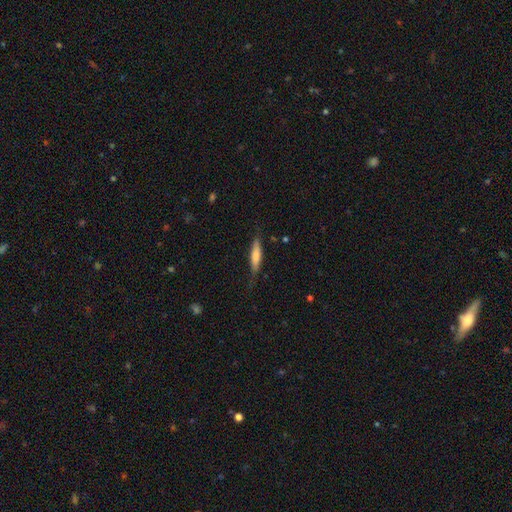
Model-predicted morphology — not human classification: Overall: smooth (68%). How rounded: cigar-shaped (76%). Merging: none (69%).